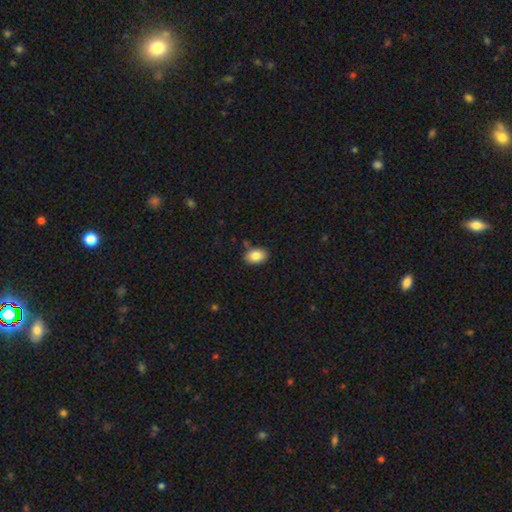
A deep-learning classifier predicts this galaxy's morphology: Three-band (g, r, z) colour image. It shows a smooth galaxy with no disk features (85%) that is in between round and cigar-shaped (83%). Merging: none (84%).